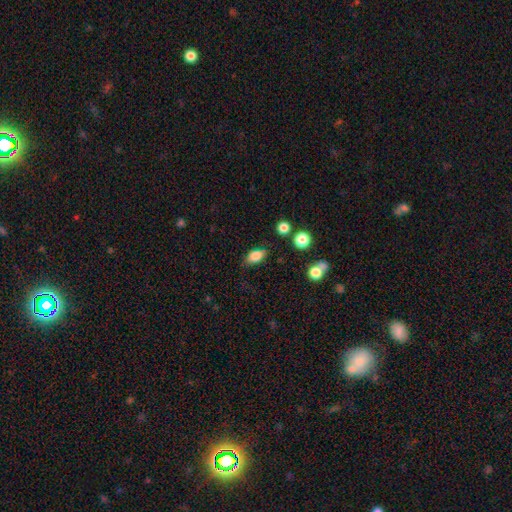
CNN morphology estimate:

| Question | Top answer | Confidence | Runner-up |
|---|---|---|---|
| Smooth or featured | smooth | 82% | star or artifact (9%) |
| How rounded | in between | 84% | round (11%) |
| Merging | none | 77% | minor disturbance (16%) |